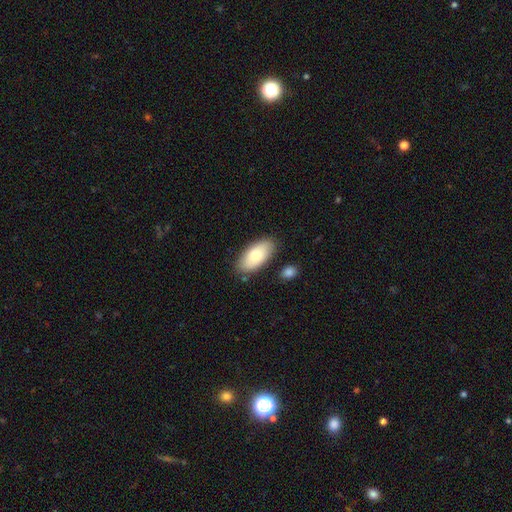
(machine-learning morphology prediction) Smooth or featured? smooth (76%)
How rounded? in between (92%)
Merging? none (82%)